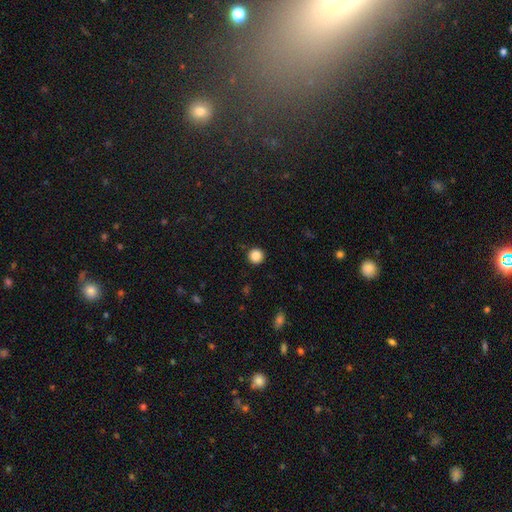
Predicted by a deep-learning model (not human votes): This is clearly a smooth galaxy (86%). How rounded: clearly round (96%). Merging: clearly none (93%).